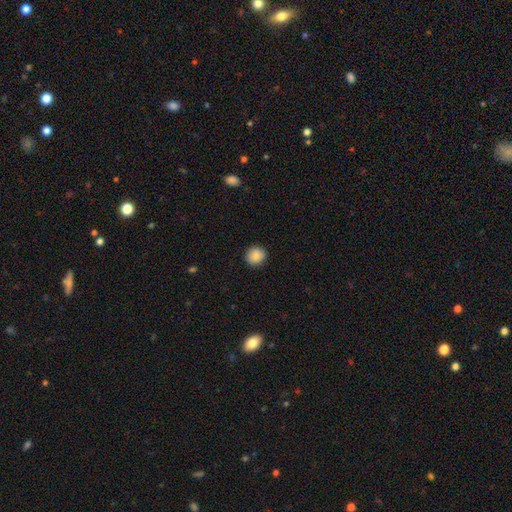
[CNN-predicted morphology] Q: Smooth or featured?
A: smooth (87%); runner-up: star or artifact (8%)
Q: How rounded?
A: round (87%); runner-up: in between (12%)
Q: Merging?
A: none (90%); runner-up: minor disturbance (7%)